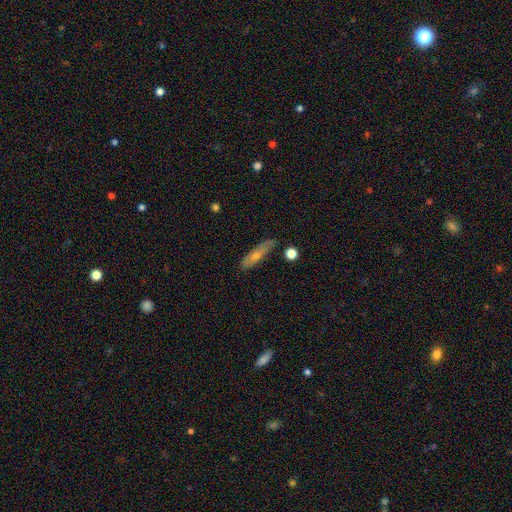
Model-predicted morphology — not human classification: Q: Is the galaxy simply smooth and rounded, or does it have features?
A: smooth — 48%.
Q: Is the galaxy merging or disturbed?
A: none — 79%.